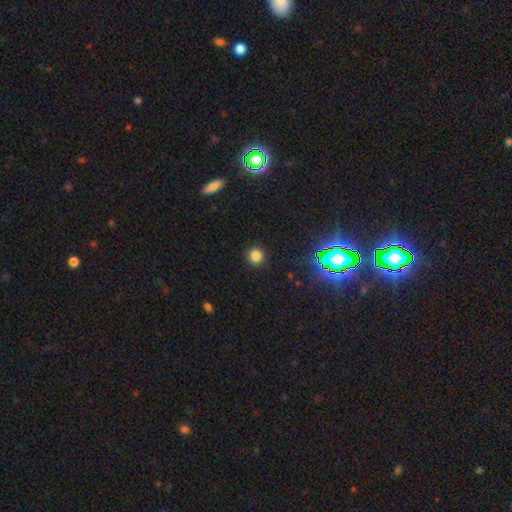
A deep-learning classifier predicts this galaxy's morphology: A smooth galaxy with no disk features (78%) that is round (94%).

Vote fractions:
- Smooth or featured? smooth: 78% / star or artifact: 17% / featured or disk: 4%
- How rounded? round: 94% / in between: 5% / cigar-shaped: 1%
- Merging? none: 91% / minor disturbance: 6% / major disturbance: 2% / merger: 1%